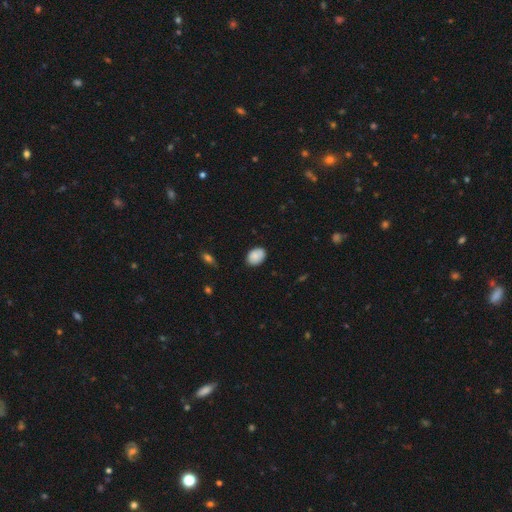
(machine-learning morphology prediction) A smooth galaxy with no disk features (86%) that is in between round and cigar-shaped (77%).

Vote fractions:
- Smooth or featured? smooth: 86% / star or artifact: 7% / featured or disk: 7%
- How rounded? in between: 77% / round: 22% / cigar-shaped: 1%
- Merging? none: 81% / minor disturbance: 15% / major disturbance: 3% / merger: 1%